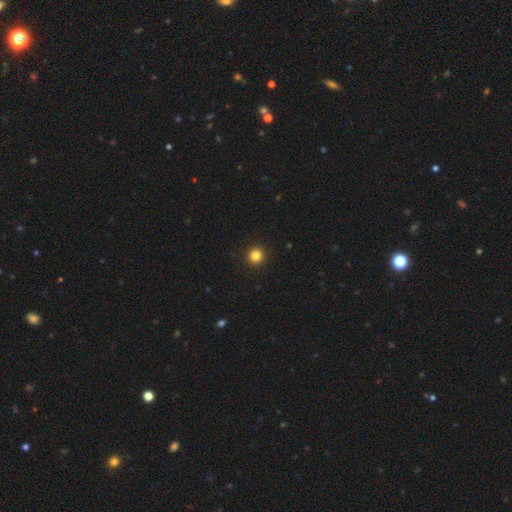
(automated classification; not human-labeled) Smooth or featured? Predicted: smooth (p=0.83). How rounded? Predicted: round (p=0.95). Merging? Predicted: none (p=0.94).